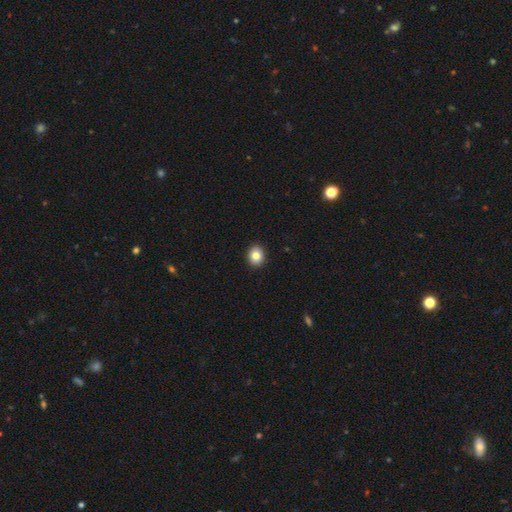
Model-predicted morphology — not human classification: Smooth or featured? smooth (83%)
How rounded? round (65%)
Merging? none (92%)